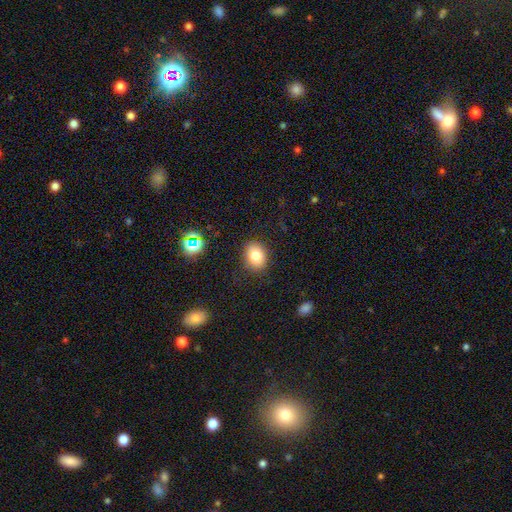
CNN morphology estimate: Smooth or featured? Predicted: smooth (p=0.79). How rounded? Predicted: in between (p=0.64). Merging? Predicted: none (p=0.85).